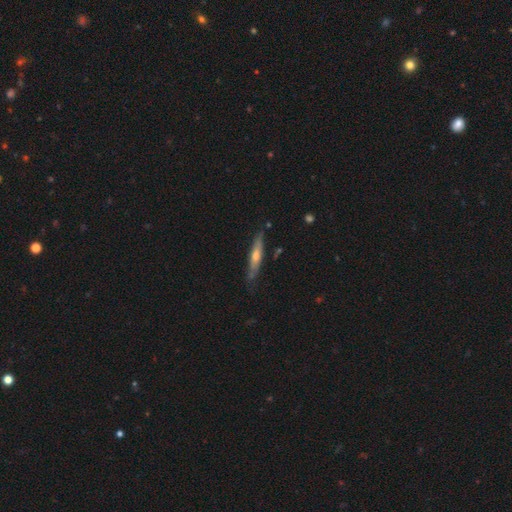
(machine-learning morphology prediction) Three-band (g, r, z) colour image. It shows a featured or disk galaxy (60%) viewed edge-on (90%) with a rounded central bulge (80%). Merging: none (82%).